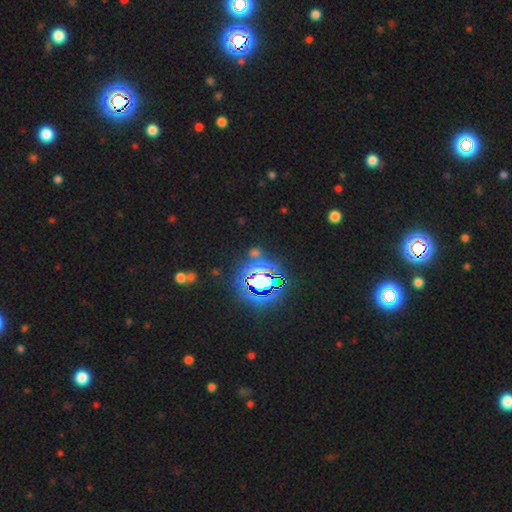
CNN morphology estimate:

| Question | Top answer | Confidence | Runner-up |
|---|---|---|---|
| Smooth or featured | star or artifact | 77% | smooth (14%) |